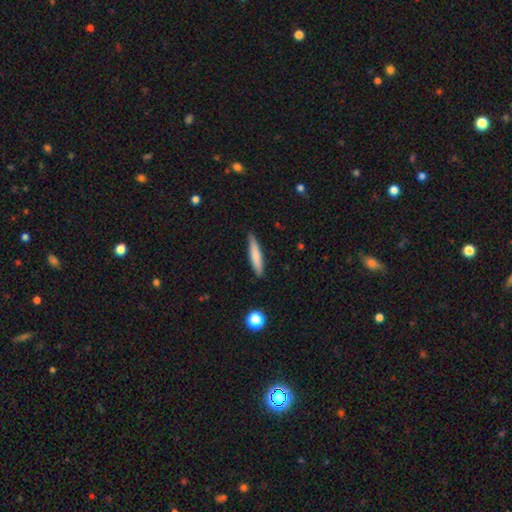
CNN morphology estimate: The model was most divided on "smooth or featured": smooth: 76%, featured or disk: 18%, star or artifact: 6%. More confident: how rounded — cigar-shaped (88%); merging — none (87%).